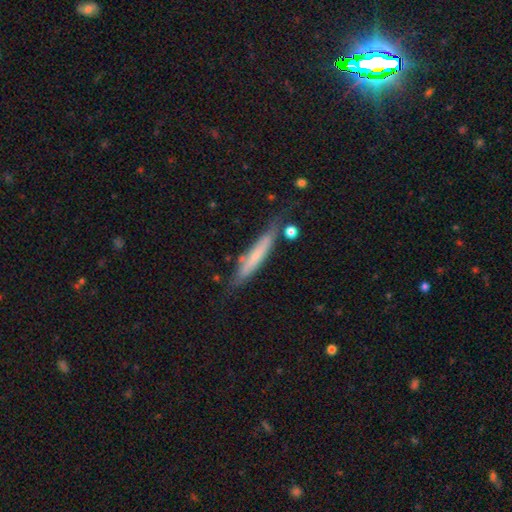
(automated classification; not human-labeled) The model was most divided on "smooth or featured": smooth: 54%, featured or disk: 40%, star or artifact: 7%. More confident: how rounded — cigar-shaped (92%); merging — none (68%).